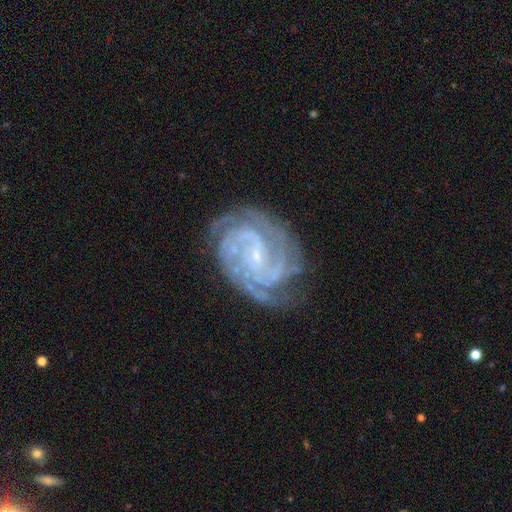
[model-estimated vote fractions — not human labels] Smooth or featured: featured or disk — 91% (star or artifact — 5%)
Edge-on disk: no — 98% (yes — 2%)
Bar: weak — 43% (no — 41%)
Spiral arms: yes — 98% (no — 2%)
Spiral winding: tight — 68% (medium — 28%)
Spiral arm count: 3 — 24% (4 — 22%)
Bulge size: small — 85% (moderate — 8%)
Merging: none — 73% (minor disturbance — 18%)